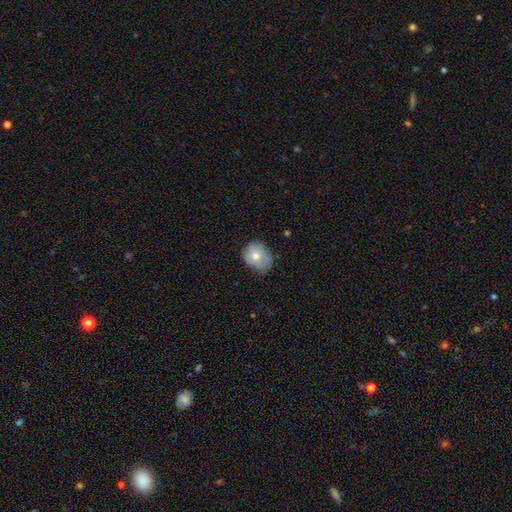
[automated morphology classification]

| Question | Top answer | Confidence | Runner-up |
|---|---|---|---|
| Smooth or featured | smooth | 72% | featured or disk (19%) |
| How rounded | round | 56% | in between (43%) |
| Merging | none | 55% | minor disturbance (35%) |